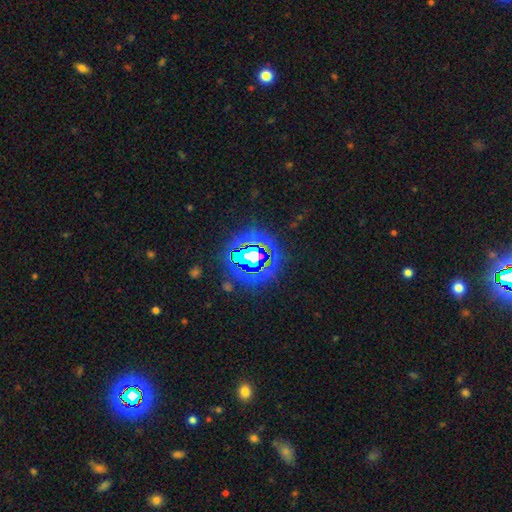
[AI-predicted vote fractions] Smooth or featured: star or artifact — 77% (smooth — 12%)